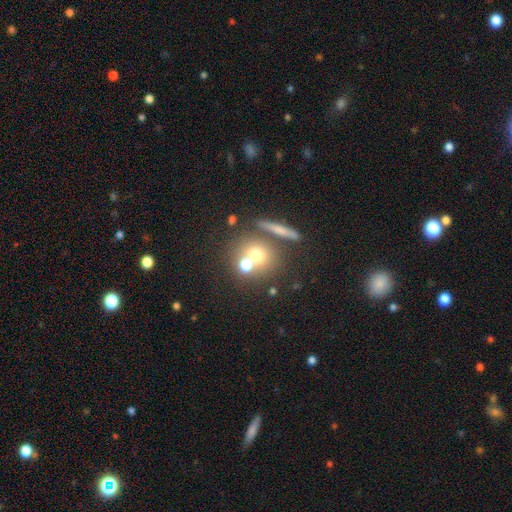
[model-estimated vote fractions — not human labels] A smooth galaxy with no disk features (64%) that is round (85%). Merging: none (56%).